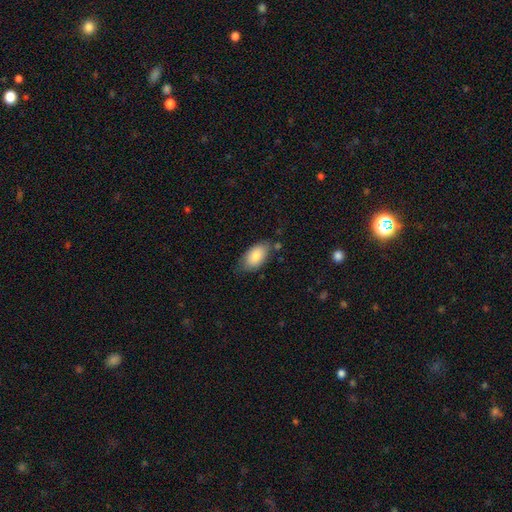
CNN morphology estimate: Smooth or featured?
  - smooth: 83% *
  - featured or disk: 10%
  - star or artifact: 7%
How rounded?
  - in between: 94% *
  - round: 4%
  - cigar-shaped: 2%
Merging?
  - none: 71% *
  - minor disturbance: 21%
  - major disturbance: 4%
  - merger: 4%